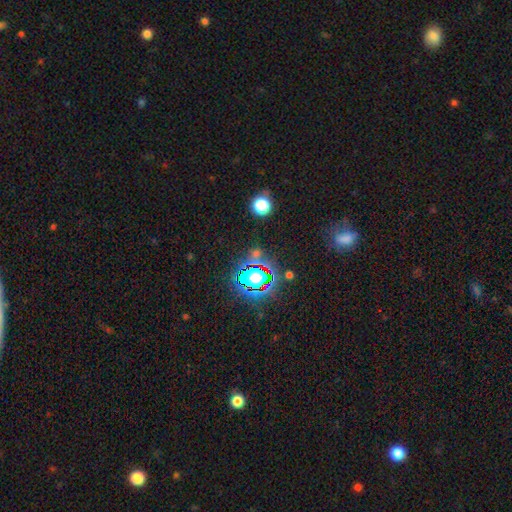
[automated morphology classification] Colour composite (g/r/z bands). It shows a star or artifact, not a galaxy (72%).